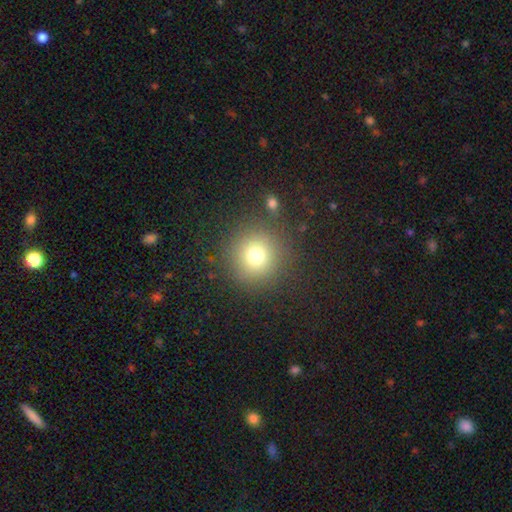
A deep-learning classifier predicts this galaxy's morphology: smooth 74%, star or artifact 16%, featured or disk 9%. Down the decision tree: how rounded — round (94%); merging — none (85%).